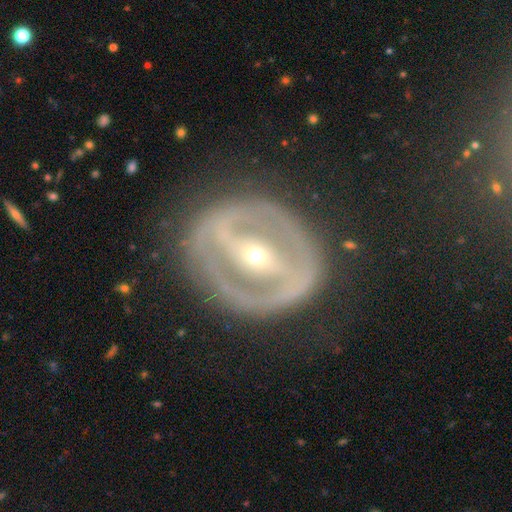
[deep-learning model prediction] featured or disk 83%, smooth 10%, star or artifact 6%. Down the decision tree: edge-on disk — no (93%); bar — strong (67%); spiral arms — no (55%); bulge size — small (73%); merging — none (77%).